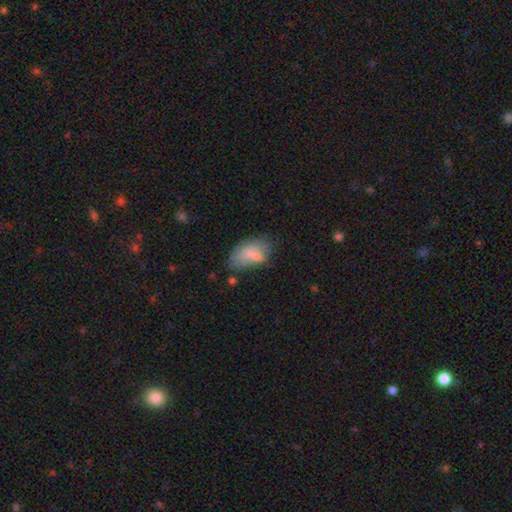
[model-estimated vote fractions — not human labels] Overall: smooth (71%). How rounded: in between (90%). Merging: none (42%; minor disturbance 27%).